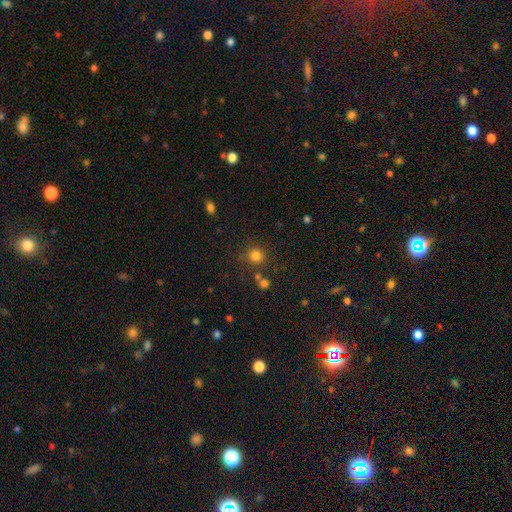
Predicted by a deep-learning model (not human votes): The model was most divided on "smooth or featured": smooth: 80%, star or artifact: 14%, featured or disk: 5%. More confident: how rounded — round (91%); merging — none (77%).